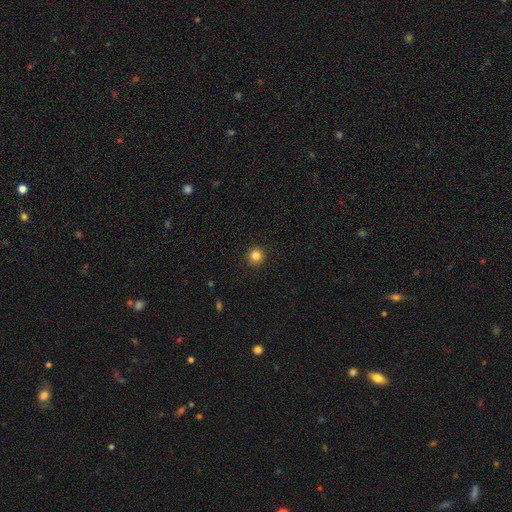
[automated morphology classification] smooth-or-featured: smooth: 83% | star or artifact: 12% | featured or disk: 5%
  how-rounded: round: 95% | in between: 4% | cigar-shaped: 1%
  merging: none: 92% | minor disturbance: 5% | major disturbance: 2% | merger: 1%